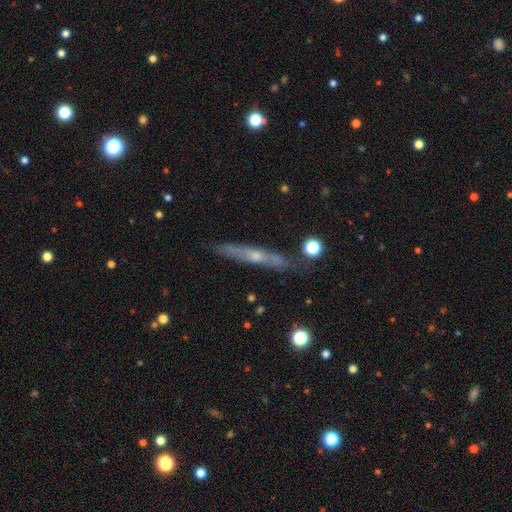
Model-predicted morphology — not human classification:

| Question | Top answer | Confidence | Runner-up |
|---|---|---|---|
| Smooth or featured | featured or disk | 65% | smooth (28%) |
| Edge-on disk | yes | 88% | no (12%) |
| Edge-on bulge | rounded | 60% | none (36%) |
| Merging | none | 79% | minor disturbance (14%) |